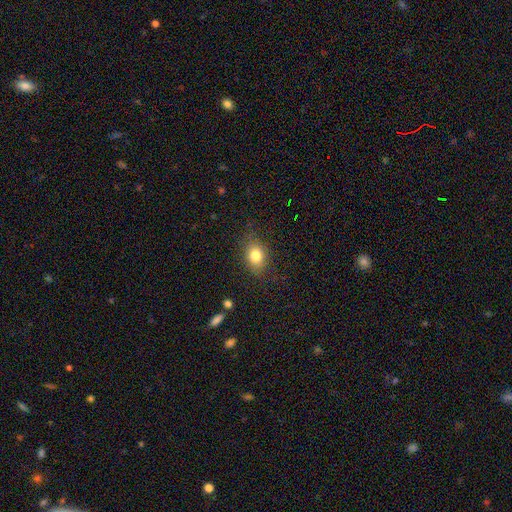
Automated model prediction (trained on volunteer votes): smooth 80%, star or artifact 11%, featured or disk 9%. Down the decision tree: how rounded — in between (62%); merging — none (80%).